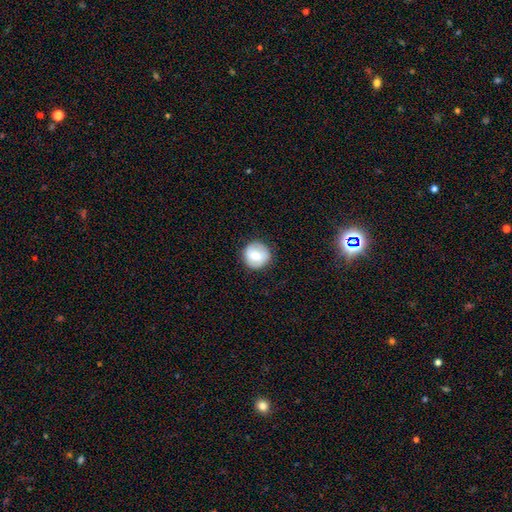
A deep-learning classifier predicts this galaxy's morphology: A smooth galaxy with no disk features (71%) that is round (93%). Merging: none (87%).